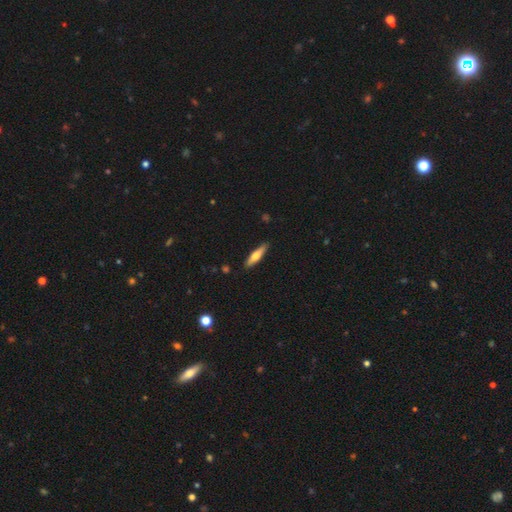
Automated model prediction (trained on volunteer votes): Overall: smooth (52%; featured or disk 42%). How rounded: cigar-shaped (80%). Merging: none (89%).